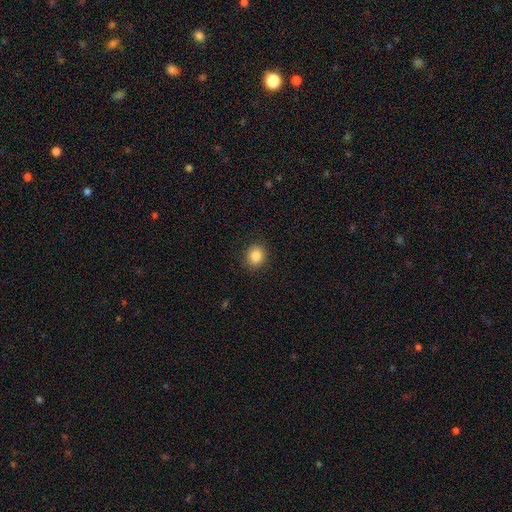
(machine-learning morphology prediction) This is clearly a smooth galaxy (86%). How rounded: likely round (78%). Merging: clearly none (90%).